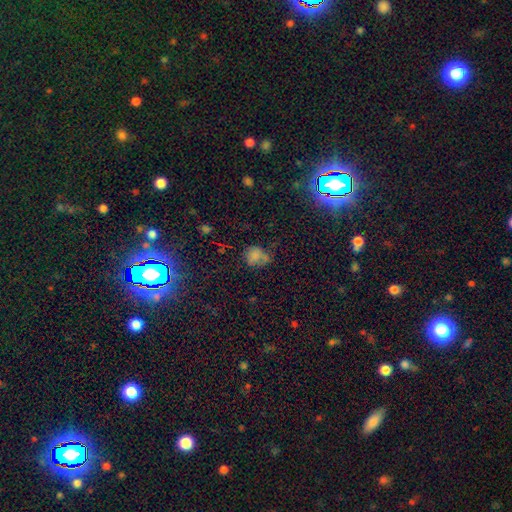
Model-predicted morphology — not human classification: The model was most divided on "merging": none: 42%, minor disturbance: 29%, major disturbance: 19%, merger: 10%. More confident: smooth or featured — smooth (67%); how rounded — round (57%).